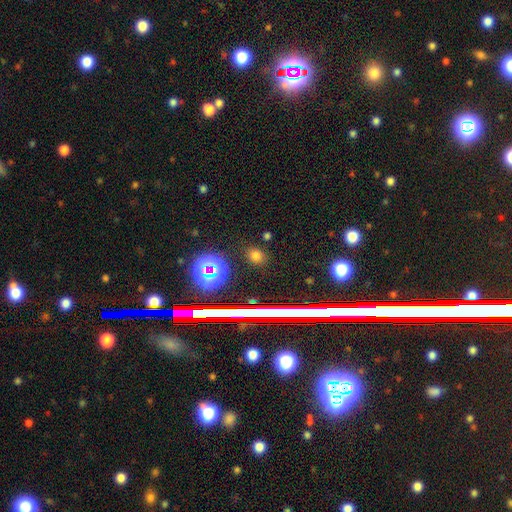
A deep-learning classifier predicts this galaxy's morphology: Smooth or featured: smooth — 69% (star or artifact — 25%)
How rounded: round — 74% (in between — 24%)
Merging: none — 87% (minor disturbance — 7%)